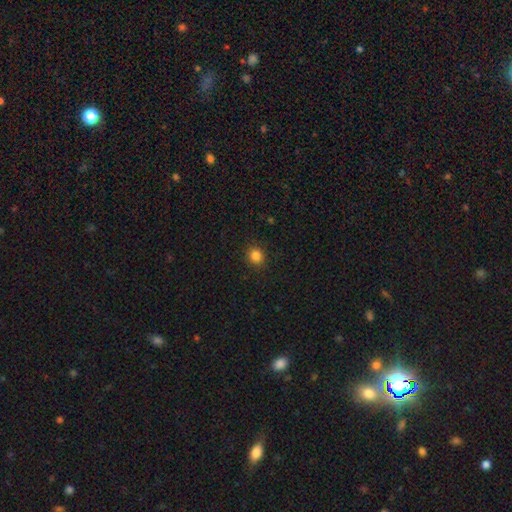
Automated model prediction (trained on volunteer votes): Smooth or featured? Predicted: smooth (p=0.85). How rounded? Predicted: round (p=0.86). Merging? Predicted: none (p=0.90).